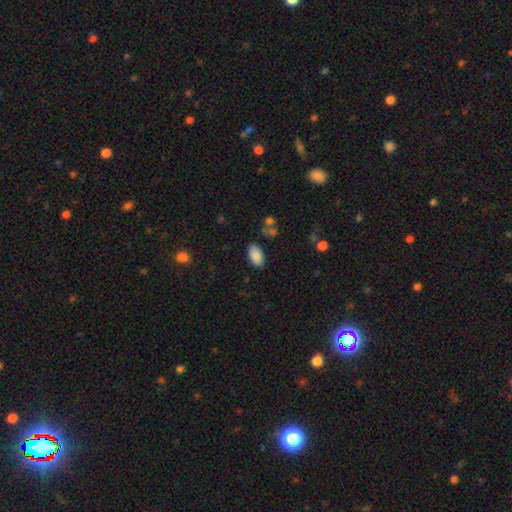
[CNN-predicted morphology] smooth-or-featured: smooth: 88% | star or artifact: 7% | featured or disk: 5%
  how-rounded: in between: 94% | round: 3% | cigar-shaped: 3%
  merging: none: 82% | minor disturbance: 13% | major disturbance: 3% | merger: 2%